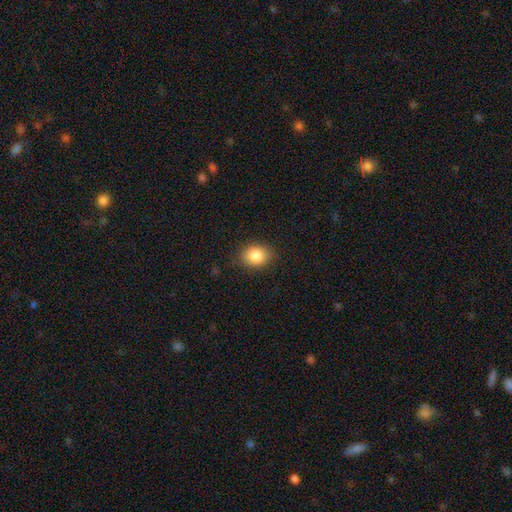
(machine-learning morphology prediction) smooth-or-featured: smooth: 85% | star or artifact: 9% | featured or disk: 6%
  how-rounded: in between: 52% | round: 47% | cigar-shaped: 1%
  merging: none: 85% | minor disturbance: 11% | major disturbance: 3% | merger: 1%